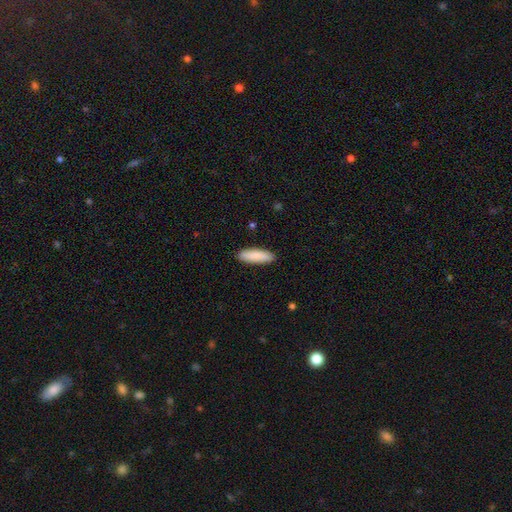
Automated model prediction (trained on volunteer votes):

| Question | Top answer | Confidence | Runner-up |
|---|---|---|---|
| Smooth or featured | smooth | 88% | featured or disk (7%) |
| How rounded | cigar-shaped | 56% | in between (43%) |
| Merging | none | 90% | minor disturbance (7%) |